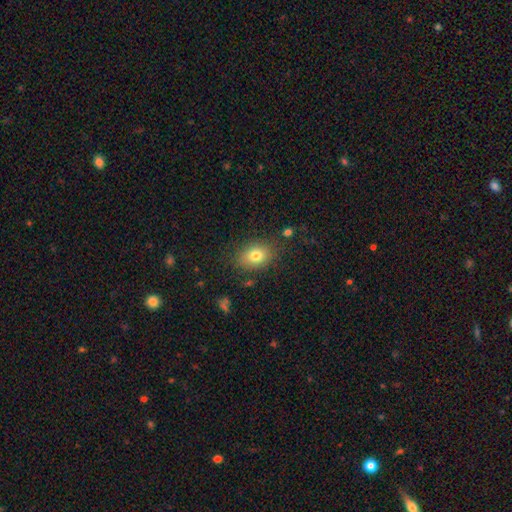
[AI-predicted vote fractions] smooth-or-featured: smooth: 79% | featured or disk: 11% | star or artifact: 10%
  how-rounded: in between: 72% | round: 27% | cigar-shaped: 1%
  merging: none: 81% | minor disturbance: 12% | major disturbance: 4% | merger: 2%